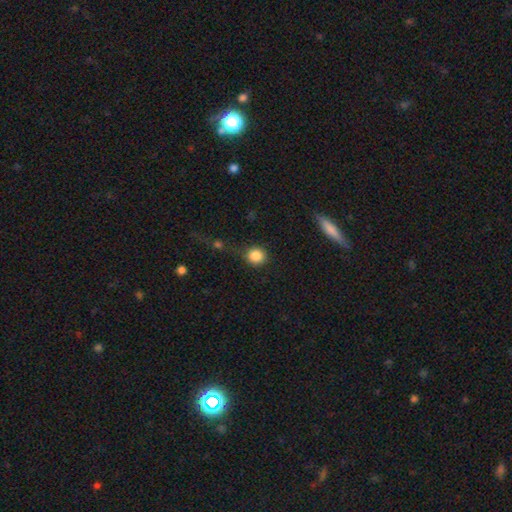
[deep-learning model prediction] smooth_or_featured: smooth (p=0.86) [alt: star or artifact p=0.09]
how_rounded: round (p=0.86) [alt: in between p=0.12]
merging: none (p=0.71) [alt: minor disturbance p=0.15]